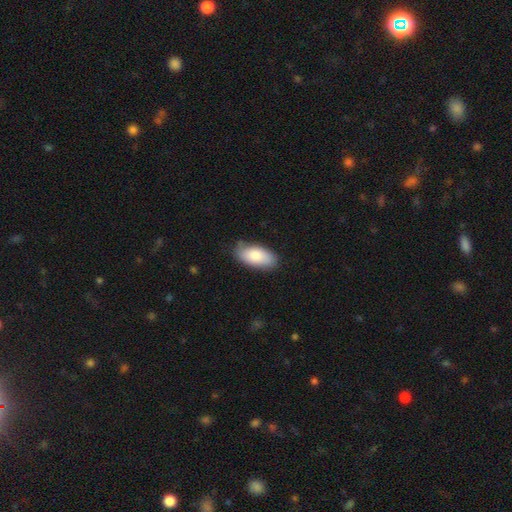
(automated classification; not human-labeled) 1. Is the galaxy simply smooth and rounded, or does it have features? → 84% smooth, 11% featured or disk, 6% star or artifact.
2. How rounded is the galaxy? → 93% in between, 5% cigar-shaped, 2% round.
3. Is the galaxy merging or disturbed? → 79% none, 17% minor disturbance, 3% major disturbance, 1% merger.